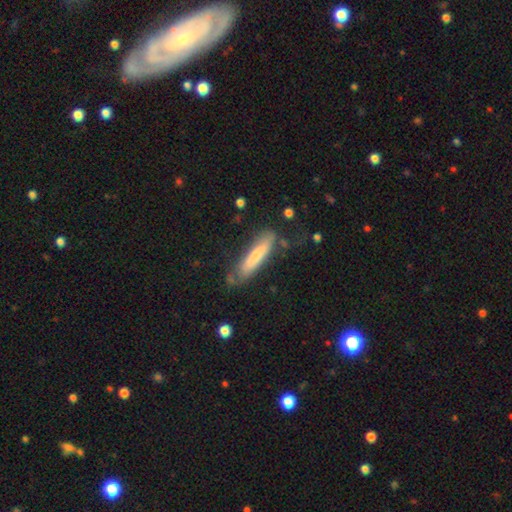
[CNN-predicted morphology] A smooth galaxy with no disk features (66%) that is cigar-shaped (82%). Merging: none (67%).